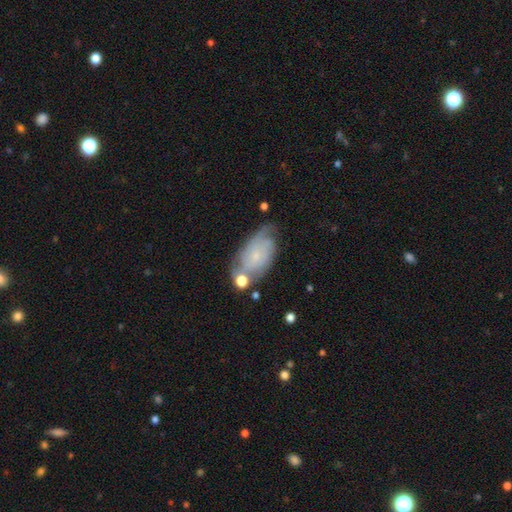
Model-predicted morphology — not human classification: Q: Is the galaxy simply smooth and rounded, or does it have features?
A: featured or disk — 57%.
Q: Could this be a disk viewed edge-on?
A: no — 93%.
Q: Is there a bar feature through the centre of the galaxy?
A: no — 79%.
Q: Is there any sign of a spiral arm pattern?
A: yes — 81%.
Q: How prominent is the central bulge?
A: small — 76%.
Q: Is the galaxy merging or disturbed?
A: none — 53%.